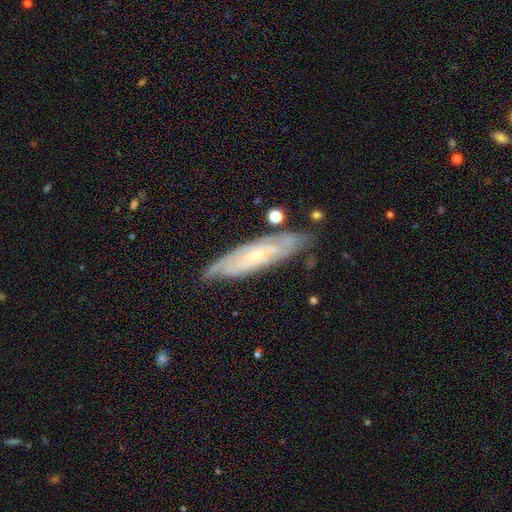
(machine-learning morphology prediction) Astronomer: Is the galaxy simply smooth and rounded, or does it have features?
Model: featured or disk — 80%.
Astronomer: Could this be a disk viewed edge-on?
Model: no — 79%.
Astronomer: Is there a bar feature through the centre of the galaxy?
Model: no — 62%.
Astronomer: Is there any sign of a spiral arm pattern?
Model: yes — 91%.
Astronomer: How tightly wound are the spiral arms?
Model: tight — 70%.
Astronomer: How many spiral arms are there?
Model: can't tell — 47% (runner-up: 2, 28%).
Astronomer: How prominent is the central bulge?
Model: small — 75%.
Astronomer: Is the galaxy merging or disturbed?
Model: none — 76%.